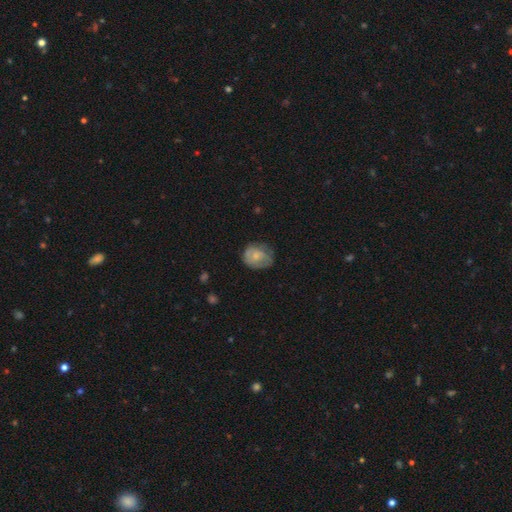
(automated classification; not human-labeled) Smooth or featured? Predicted: smooth (p=0.59). How rounded? Predicted: round (p=0.57). Merging? Predicted: none (p=0.54).